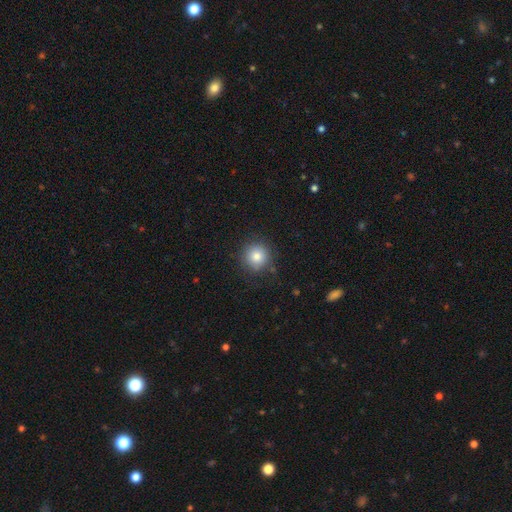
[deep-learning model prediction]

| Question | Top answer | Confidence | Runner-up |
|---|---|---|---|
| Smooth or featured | smooth | 81% | star or artifact (11%) |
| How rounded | round | 93% | in between (6%) |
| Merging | none | 85% | minor disturbance (10%) |